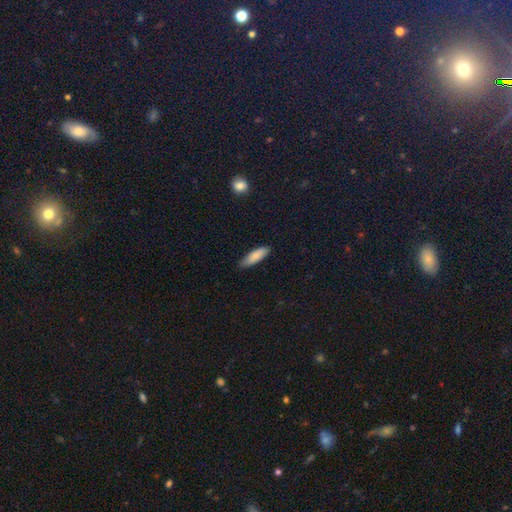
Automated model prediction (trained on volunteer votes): smooth 83%, featured or disk 11%, star or artifact 6%. Down the decision tree: how rounded — cigar-shaped (49%, tied with in between); merging — none (78%).